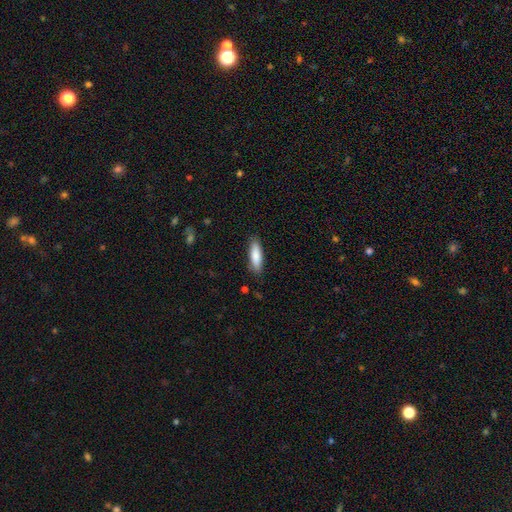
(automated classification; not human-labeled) smooth_or_featured: smooth (p=0.85) [alt: featured or disk p=0.09]
how_rounded: cigar-shaped (p=0.52) [alt: in between p=0.46]
merging: none (p=0.86) [alt: minor disturbance p=0.10]